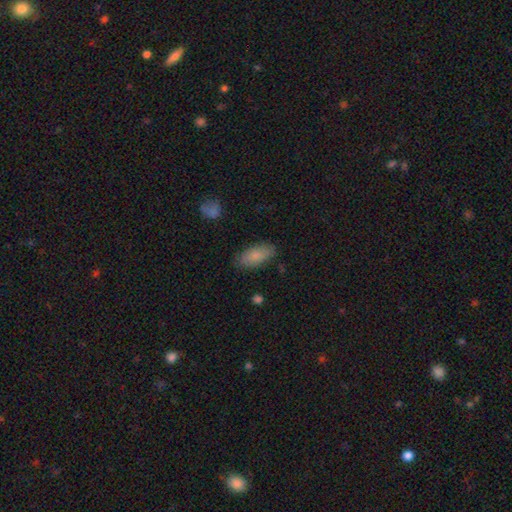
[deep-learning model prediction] Morphology: type=smooth (83%); roundness=in between (88%); merging=none (82%).